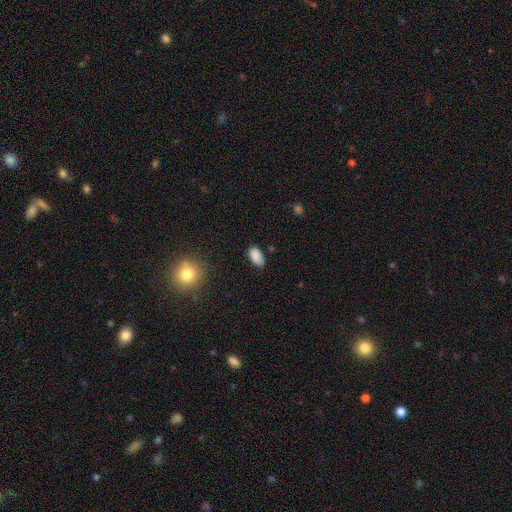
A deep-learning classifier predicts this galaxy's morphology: Smooth or featured? Predicted: smooth (p=0.87). How rounded? Predicted: in between (p=0.93). Merging? Predicted: none (p=0.77).